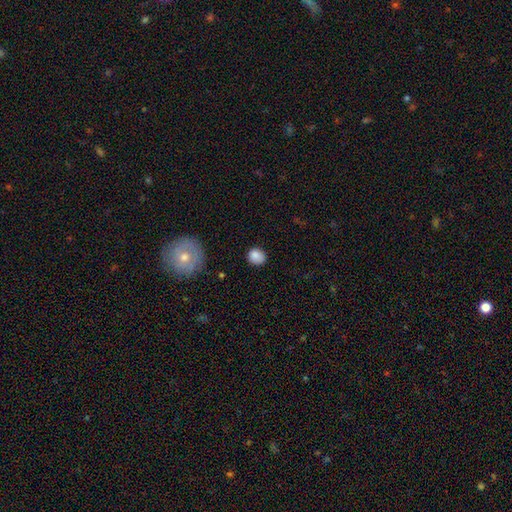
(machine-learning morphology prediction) This appears to be a smooth galaxy with no disk features (85%) that is round (79%). Merging: none (82%).